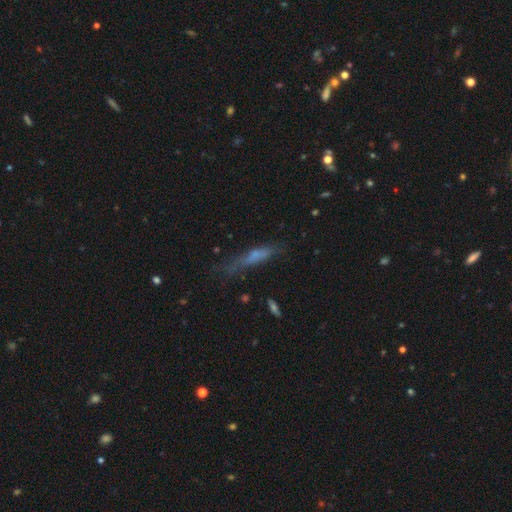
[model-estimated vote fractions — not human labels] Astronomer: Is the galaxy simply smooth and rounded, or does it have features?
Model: smooth — 55% (runner-up: featured or disk, 32%).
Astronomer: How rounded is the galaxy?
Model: cigar-shaped — 84%.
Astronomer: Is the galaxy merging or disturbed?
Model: none — 53%.